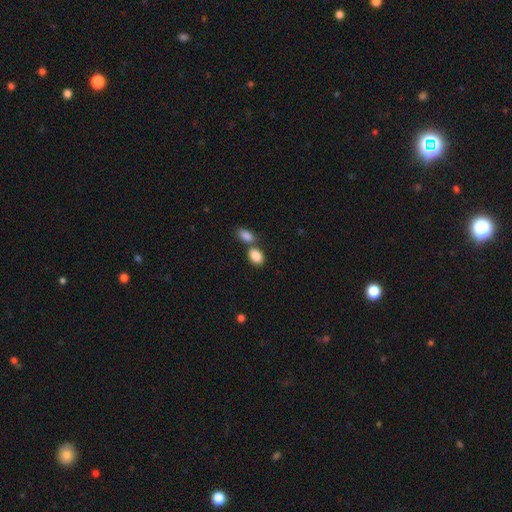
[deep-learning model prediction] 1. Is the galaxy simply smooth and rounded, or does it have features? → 87% smooth, 8% star or artifact, 5% featured or disk.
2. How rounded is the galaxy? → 84% in between, 14% round, 2% cigar-shaped.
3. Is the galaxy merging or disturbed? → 45% none, 43% merger, 9% minor disturbance, 3% major disturbance.